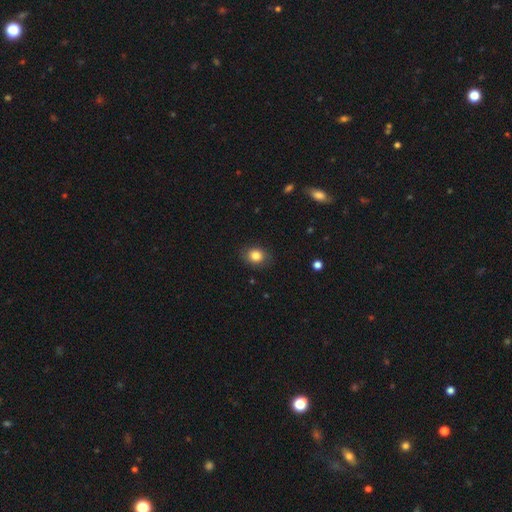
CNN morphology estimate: Smooth or featured? Predicted: smooth (p=0.83). How rounded? Predicted: round (p=0.56). Merging? Predicted: none (p=0.84).